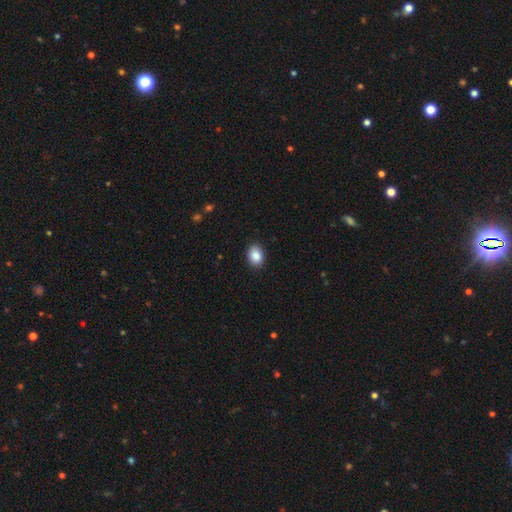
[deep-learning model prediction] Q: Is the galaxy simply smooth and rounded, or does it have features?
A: smooth — 88%.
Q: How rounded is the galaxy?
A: in between — 72%.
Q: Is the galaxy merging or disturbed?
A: none — 90%.